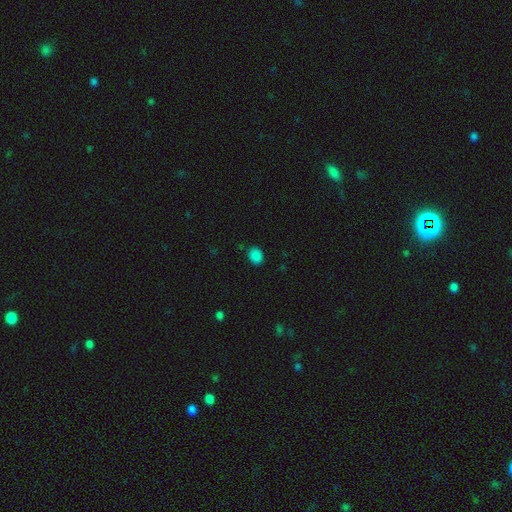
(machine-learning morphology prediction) The model was most divided on "how rounded": in between: 64%, round: 35%, cigar-shaped: 1%. More confident: merging — none (85%); smooth or featured — smooth (84%).